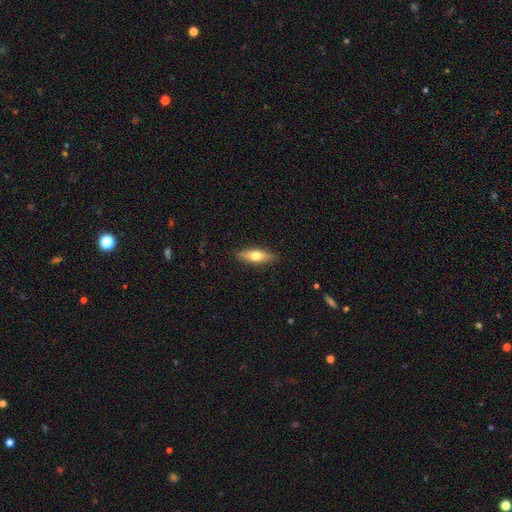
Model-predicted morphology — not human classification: Smooth or featured: smooth — 66% (featured or disk — 27%)
How rounded: in between — 57% (cigar-shaped — 41%)
Merging: none — 87% (minor disturbance — 10%)